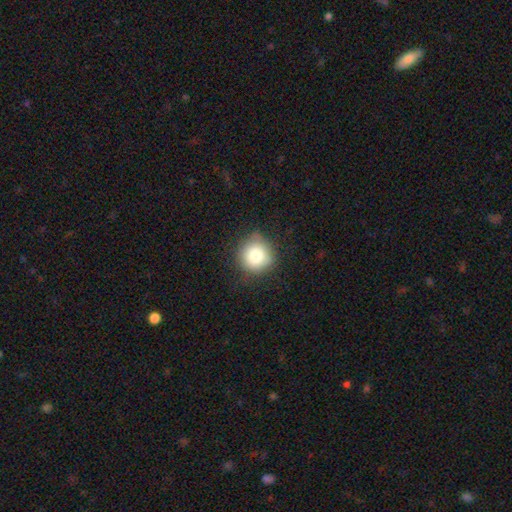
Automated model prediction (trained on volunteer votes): A smooth galaxy with no disk features (79%) that is round (92%).

Vote fractions:
- Smooth or featured? smooth: 79% / featured or disk: 10% / star or artifact: 10%
- How rounded? round: 92% / in between: 7% / cigar-shaped: 1%
- Merging? none: 77% / minor disturbance: 18% / major disturbance: 4% / merger: 1%